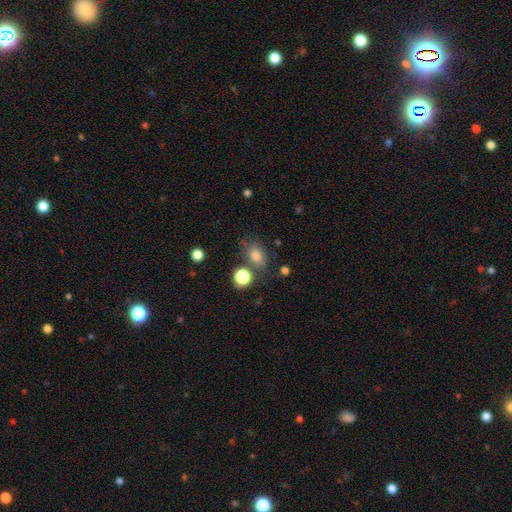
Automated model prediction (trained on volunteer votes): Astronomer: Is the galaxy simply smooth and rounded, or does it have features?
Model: smooth — 76%.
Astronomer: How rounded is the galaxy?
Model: in between — 71%.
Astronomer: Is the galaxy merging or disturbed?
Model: none — 68%.